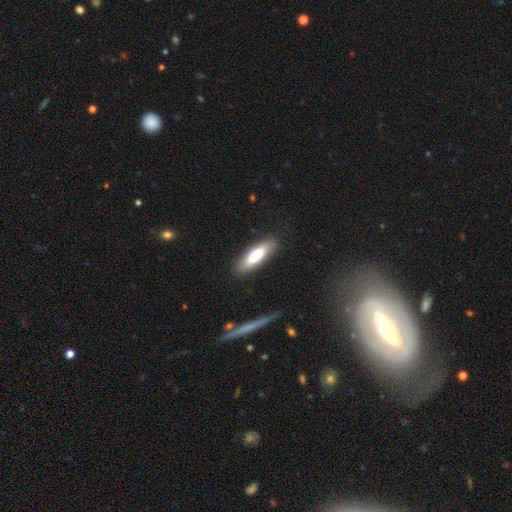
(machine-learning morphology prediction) This is likely a smooth galaxy (70%). How rounded: possibly in between (49%, tied with cigar-shaped). Merging: clearly none (87%).